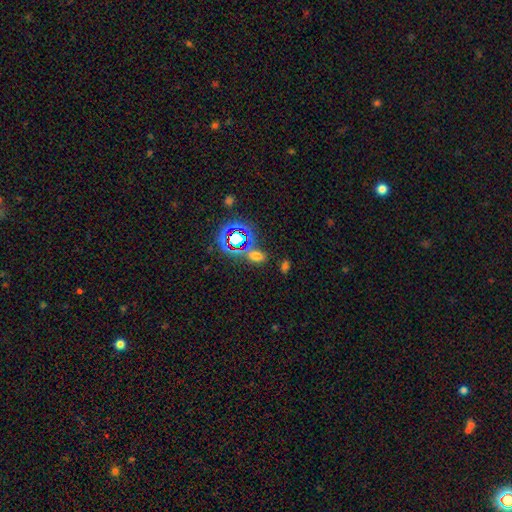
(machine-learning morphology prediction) Smooth or featured: smooth — 52% (star or artifact — 40%)
How rounded: in between — 81% (round — 15%)
Merging: none — 70% (minor disturbance — 13%)